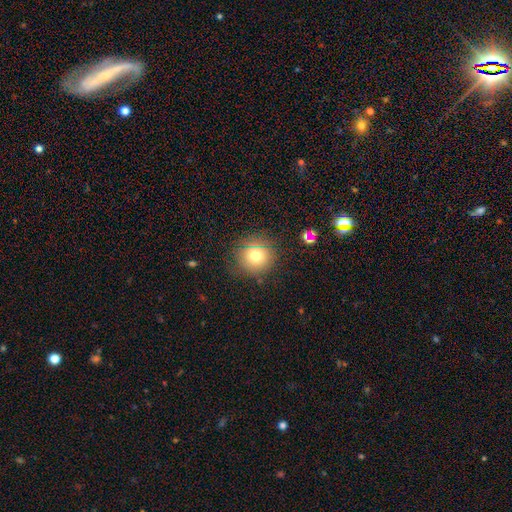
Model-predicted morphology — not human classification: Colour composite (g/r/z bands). It shows a smooth galaxy with no disk features (75%) that is round (93%). Merging: none (83%).